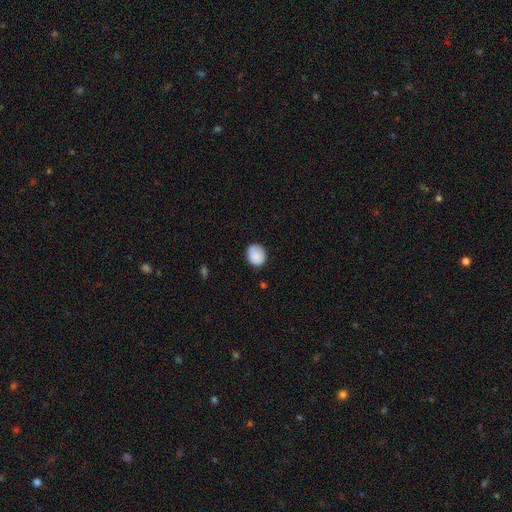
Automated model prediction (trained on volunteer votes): Smooth or featured: smooth — 88% (star or artifact — 7%)
How rounded: round — 63% (in between — 37%)
Merging: none — 84% (minor disturbance — 13%)